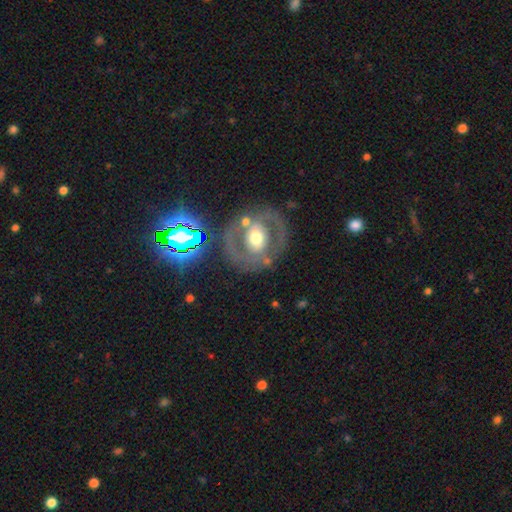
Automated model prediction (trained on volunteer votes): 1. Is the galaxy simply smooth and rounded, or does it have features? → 67% featured or disk, 17% star or artifact, 16% smooth.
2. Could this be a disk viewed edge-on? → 94% no, 6% yes.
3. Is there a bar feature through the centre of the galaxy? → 40% no, 32% weak, 28% strong.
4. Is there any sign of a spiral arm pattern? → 57% yes, 43% no.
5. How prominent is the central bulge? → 66% moderate, 19% small, 10% large, 2% dominant, 2% none.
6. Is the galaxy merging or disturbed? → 73% none, 12% minor disturbance, 9% major disturbance, 6% merger.